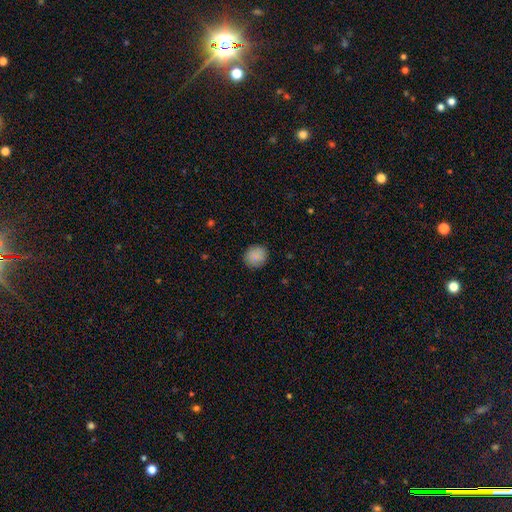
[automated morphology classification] Q: Smooth or featured?
A: smooth (88%); runner-up: star or artifact (8%)
Q: How rounded?
A: round (83%); runner-up: in between (16%)
Q: Merging?
A: none (89%); runner-up: minor disturbance (8%)